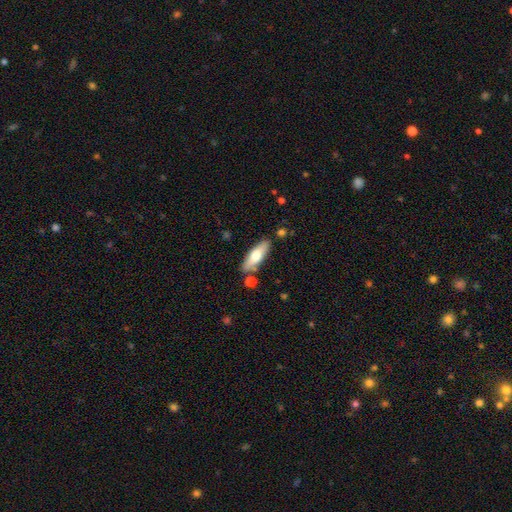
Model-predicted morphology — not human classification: type=smooth (64%); roundness=in between (53%); merging=none (80%).